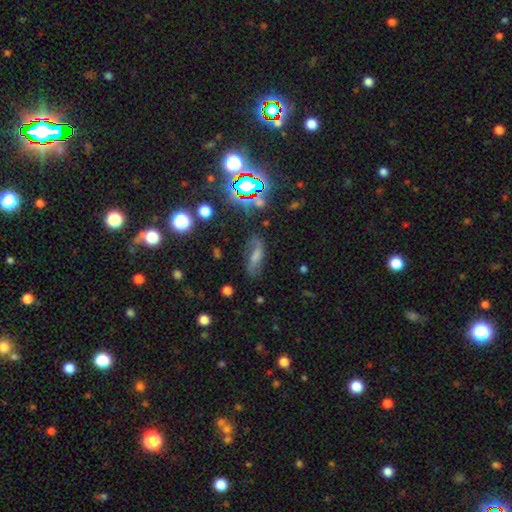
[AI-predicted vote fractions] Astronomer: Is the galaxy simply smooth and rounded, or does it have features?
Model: featured or disk — 43% (runner-up: smooth, 34%).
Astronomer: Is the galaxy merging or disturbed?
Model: none — 64%.